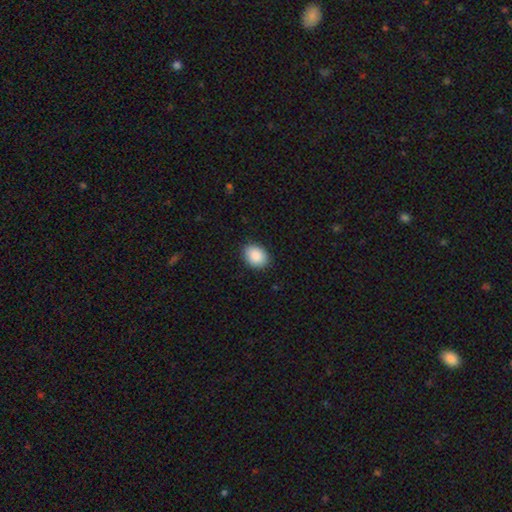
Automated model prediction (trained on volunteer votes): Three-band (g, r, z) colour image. It shows a smooth galaxy with no disk features (90%) that is in between round and cigar-shaped (66%). Merging: none (89%).